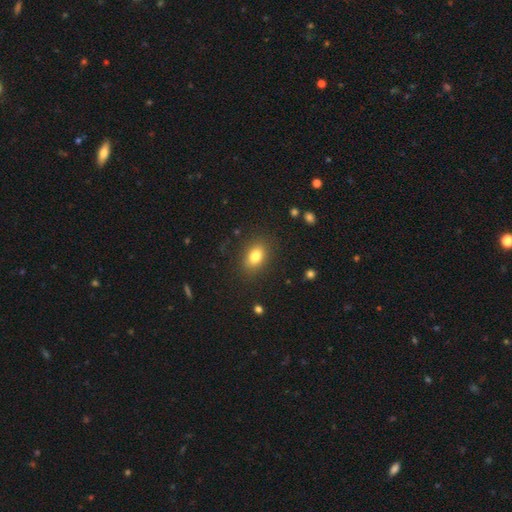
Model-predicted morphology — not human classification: Q: Smooth or featured?
A: smooth (80%); runner-up: star or artifact (10%)
Q: How rounded?
A: in between (80%); runner-up: round (18%)
Q: Merging?
A: none (84%); runner-up: minor disturbance (11%)